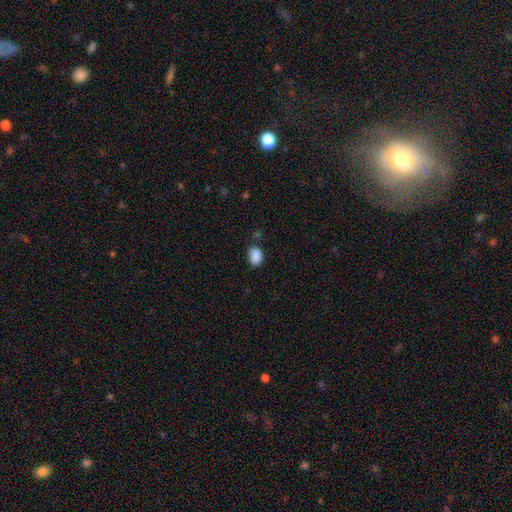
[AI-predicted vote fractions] smooth_or_featured: smooth (p=0.88) [alt: star or artifact p=0.08]
how_rounded: in between (p=0.83) [alt: round p=0.16]
merging: none (p=0.72) [alt: minor disturbance p=0.21]